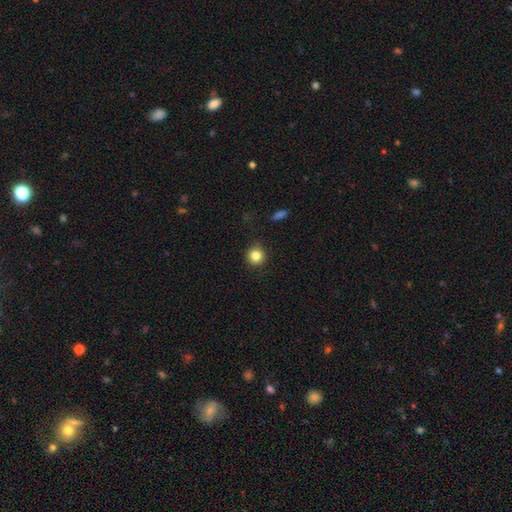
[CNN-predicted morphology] Q: Smooth or featured?
A: smooth (83%); runner-up: star or artifact (11%)
Q: How rounded?
A: round (93%); runner-up: in between (6%)
Q: Merging?
A: none (90%); runner-up: minor disturbance (7%)